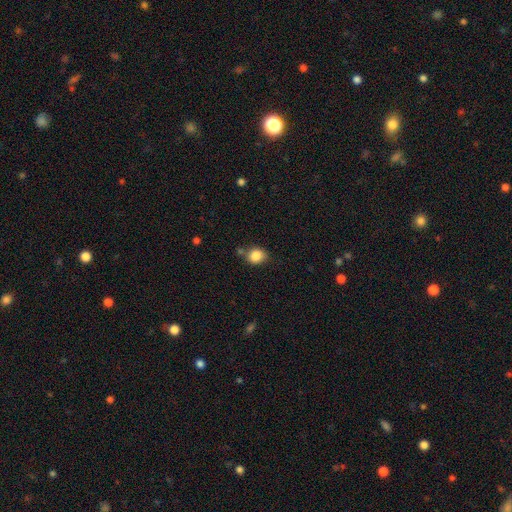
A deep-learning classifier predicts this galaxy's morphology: Smooth or featured? Predicted: smooth (p=0.86). How rounded? Predicted: round (p=0.65). Merging? Predicted: none (p=0.67).